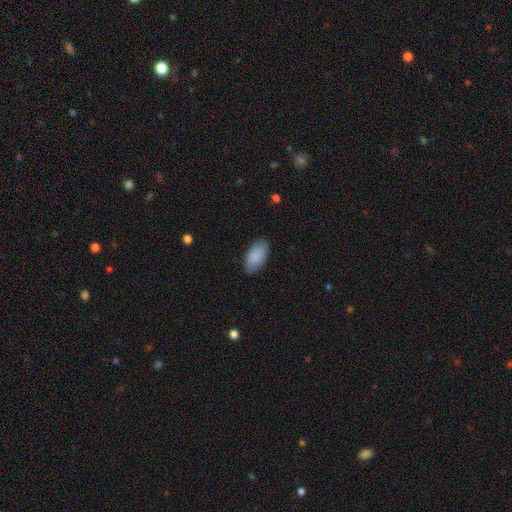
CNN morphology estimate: The model was most divided on "merging": none: 84%, minor disturbance: 13%, major disturbance: 3%, merger: 1%. More confident: how rounded — in between (95%); smooth or featured — smooth (88%).